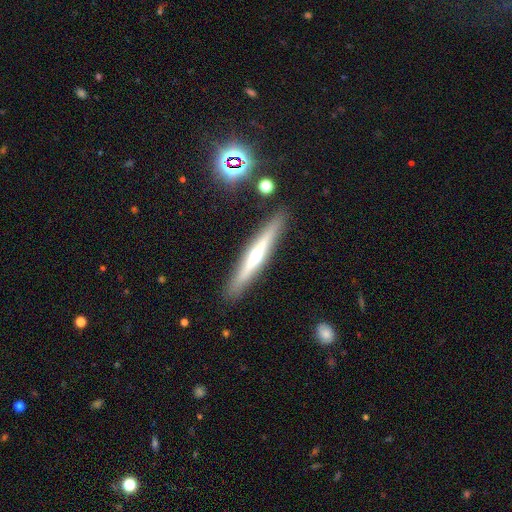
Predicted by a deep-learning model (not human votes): Smooth or featured: featured or disk — 69% (smooth — 24%)
Edge-on disk: yes — 96% (no — 4%)
Edge-on bulge: rounded — 88% (none — 9%)
Merging: none — 90% (minor disturbance — 7%)